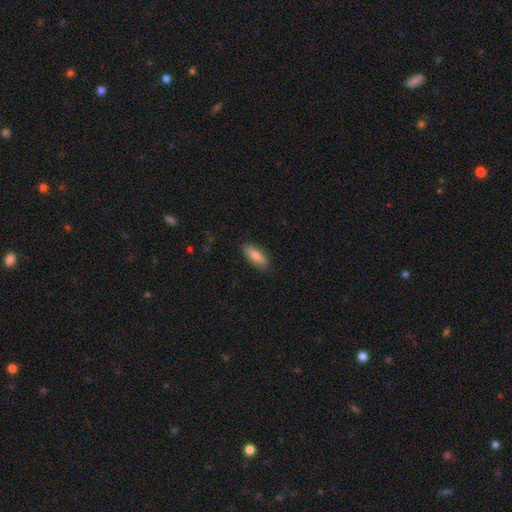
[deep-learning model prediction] This appears to be a smooth galaxy with no disk features (81%) that is in between round and cigar-shaped (70%). Merging: none (86%).